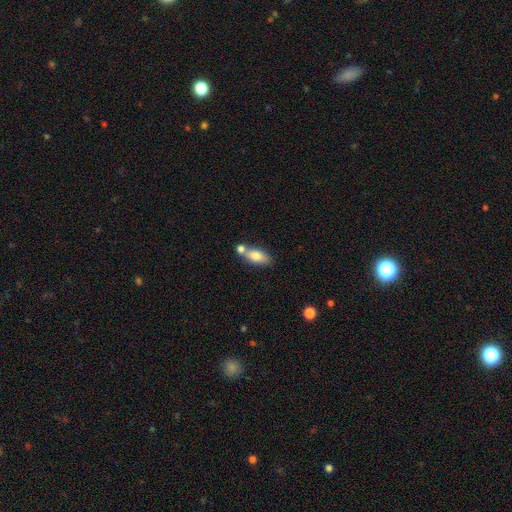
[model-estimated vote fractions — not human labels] Smooth or featured?
  - smooth: 76% *
  - featured or disk: 17%
  - star or artifact: 7%
How rounded?
  - in between: 81% *
  - cigar-shaped: 14%
  - round: 5%
Merging?
  - none: 48% *
  - merger: 35%
  - minor disturbance: 13%
  - major disturbance: 4%